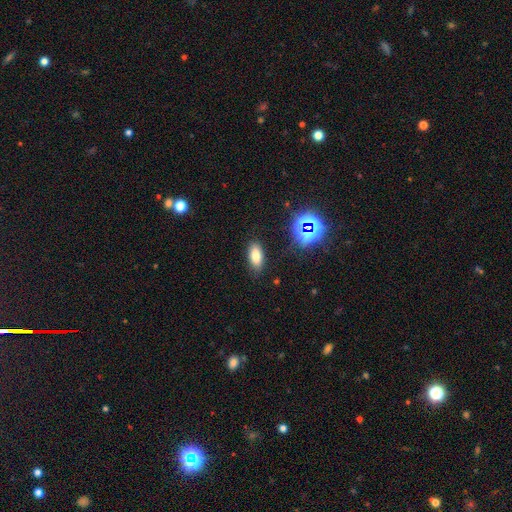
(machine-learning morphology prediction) A smooth galaxy with no disk features (75%) that is in between round and cigar-shaped (86%).

Vote fractions:
- Smooth or featured? smooth: 75% / star or artifact: 15% / featured or disk: 9%
- How rounded? in between: 86% / cigar-shaped: 10% / round: 4%
- Merging? none: 85% / minor disturbance: 11% / major disturbance: 3% / merger: 2%